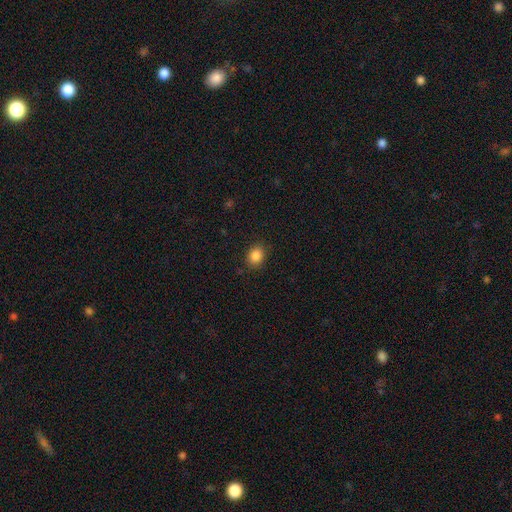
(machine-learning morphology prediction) smooth-or-featured: smooth: 86% | star or artifact: 10% | featured or disk: 4%
  how-rounded: in between: 50% | round: 49% | cigar-shaped: 1%
  merging: none: 87% | minor disturbance: 10% | major disturbance: 3% | merger: 1%